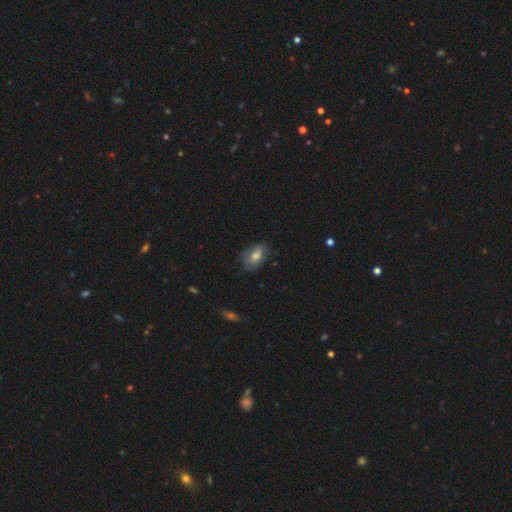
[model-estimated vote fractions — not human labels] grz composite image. It shows a smooth galaxy with no disk features (67%) that is in between round and cigar-shaped (85%). Merging: none (65%).